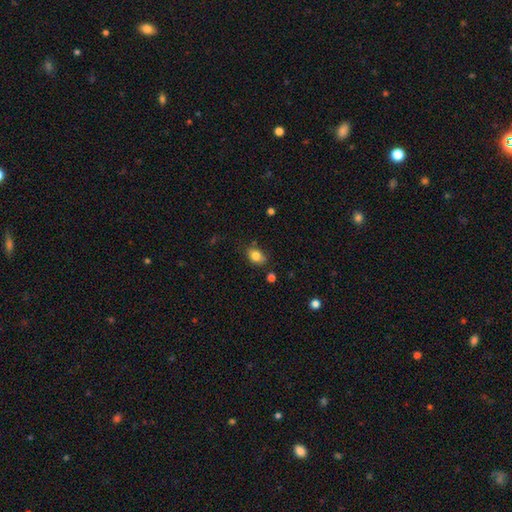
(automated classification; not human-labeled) A smooth galaxy with no disk features (83%) that is in between round and cigar-shaped (76%).

Vote fractions:
- Smooth or featured? smooth: 83% / star or artifact: 9% / featured or disk: 8%
- How rounded? in between: 76% / round: 22% / cigar-shaped: 1%
- Merging? none: 69% / minor disturbance: 23% / major disturbance: 5% / merger: 4%